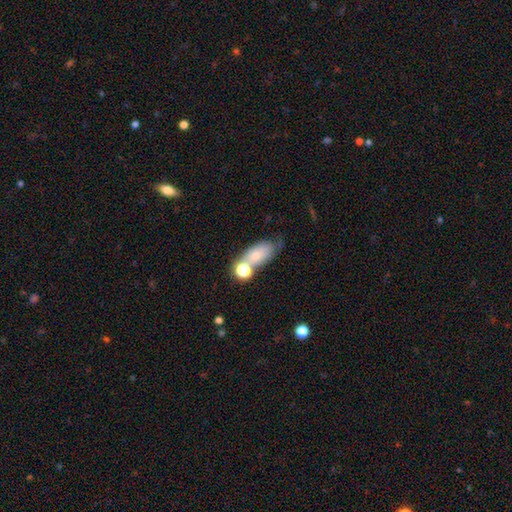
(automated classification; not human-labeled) This is likely a smooth galaxy (71%). How rounded: clearly in between (83%). Merging: marginally none (44%).